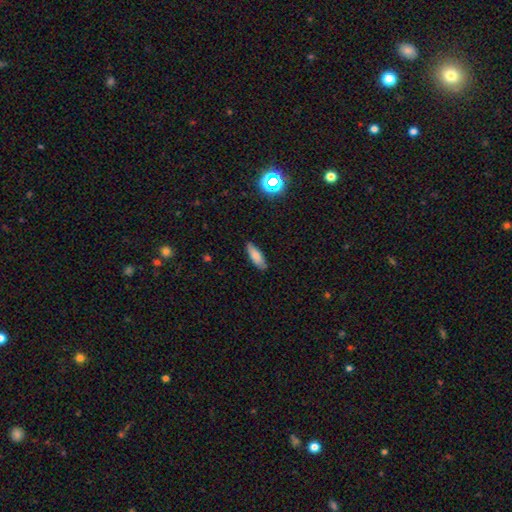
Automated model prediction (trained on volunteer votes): A smooth galaxy with no disk features (79%) that is in between round and cigar-shaped (59%). Merging: none (85%).